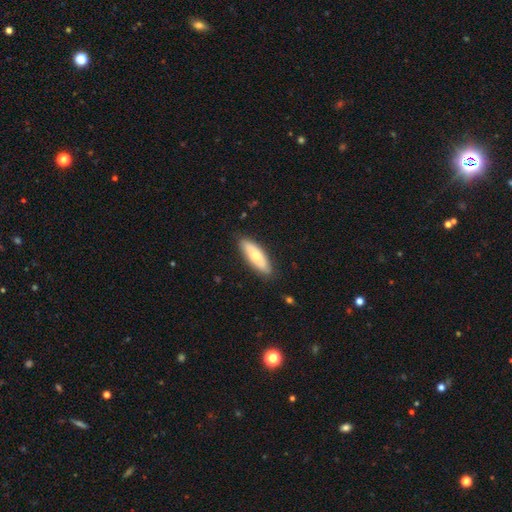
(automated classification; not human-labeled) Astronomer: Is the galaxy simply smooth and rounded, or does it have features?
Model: smooth — 64%.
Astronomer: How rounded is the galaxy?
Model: in between — 64%.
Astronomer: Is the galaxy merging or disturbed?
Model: none — 84%.